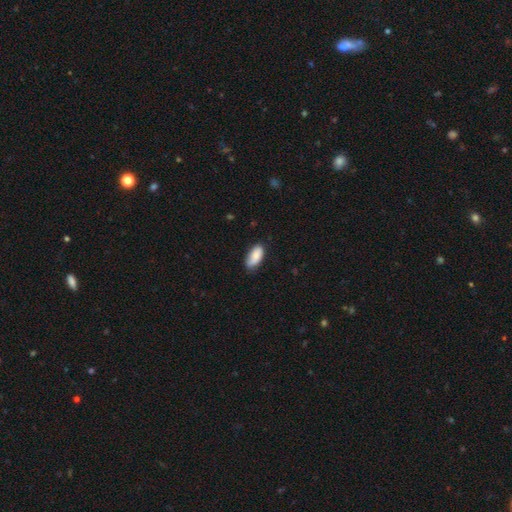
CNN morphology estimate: Smooth or featured? Predicted: smooth (p=0.85). How rounded? Predicted: in between (p=0.90). Merging? Predicted: none (p=0.73).